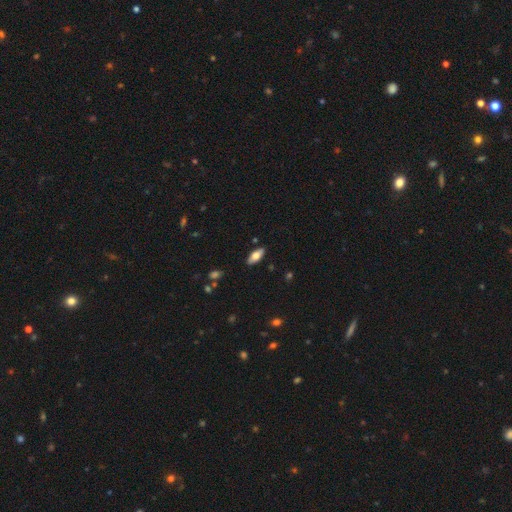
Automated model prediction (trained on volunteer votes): This appears to be a smooth galaxy with no disk features (66%) that is in between round and cigar-shaped (80%). Merging: none (87%).